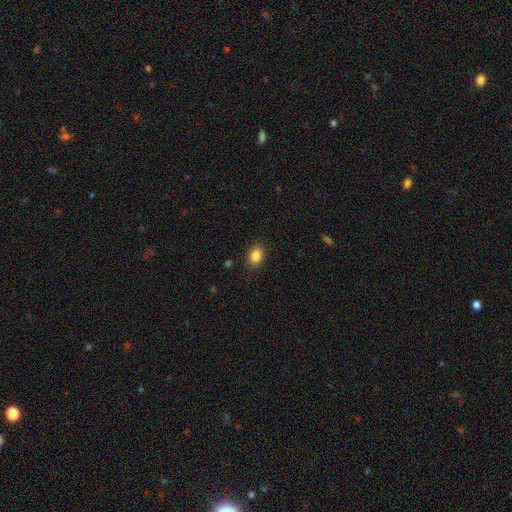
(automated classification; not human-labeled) Smooth or featured? Predicted: smooth (p=0.86). How rounded? Predicted: in between (p=0.75). Merging? Predicted: none (p=0.87).